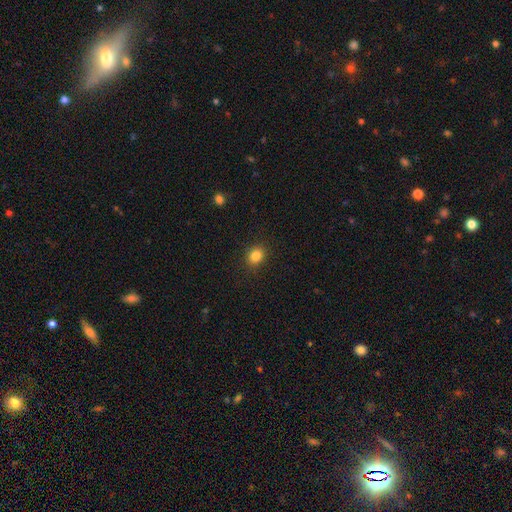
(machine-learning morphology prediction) A smooth galaxy with no disk features (85%) that is round (63%). Merging: none (89%).